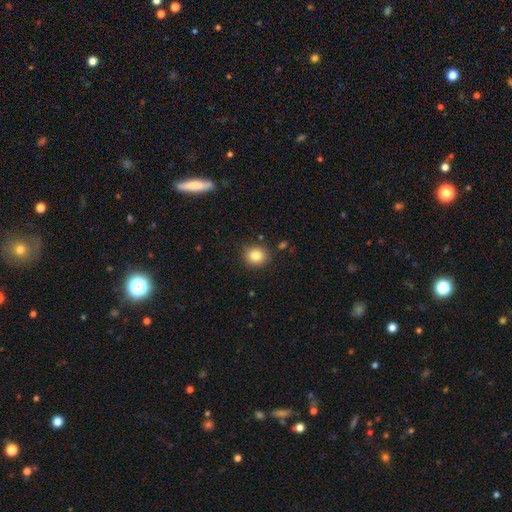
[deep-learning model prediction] Smooth or featured? smooth (83%)
How rounded? round (82%)
Merging? none (87%)